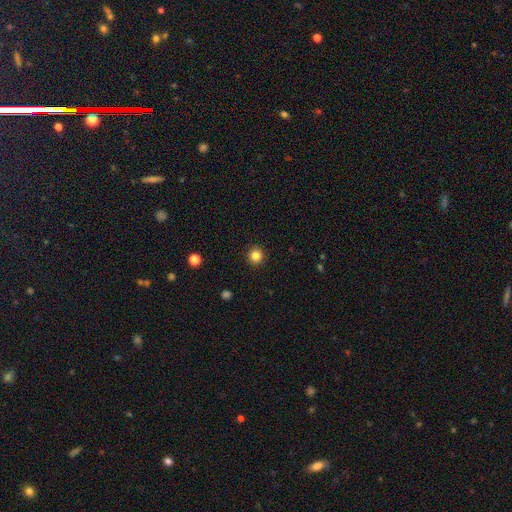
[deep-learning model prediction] Smooth or featured?
  - smooth: 83% *
  - star or artifact: 12%
  - featured or disk: 5%
How rounded?
  - round: 95% *
  - in between: 4%
  - cigar-shaped: 1%
Merging?
  - none: 93% *
  - minor disturbance: 4%
  - major disturbance: 2%
  - merger: 1%